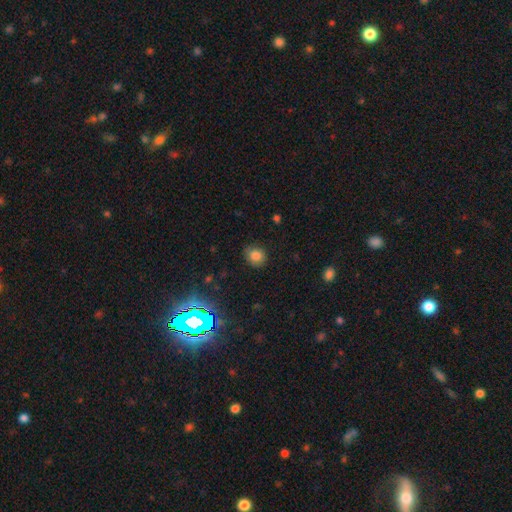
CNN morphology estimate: The model was most divided on "how rounded": round: 73%, in between: 26%, cigar-shaped: 1%. More confident: merging — none (81%); smooth or featured — smooth (79%).